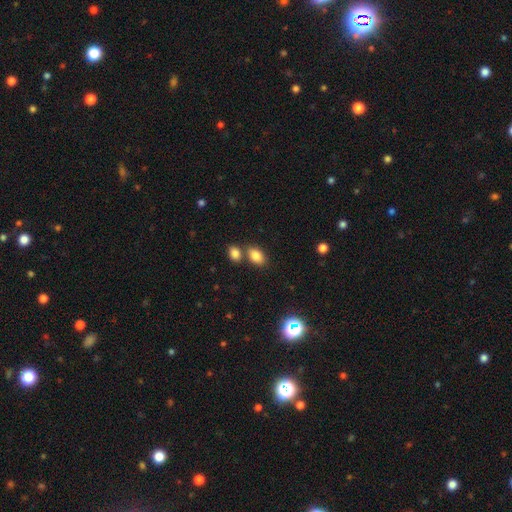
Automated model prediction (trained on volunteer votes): This is clearly a smooth galaxy (83%). How rounded: clearly in between (84%). Merging: possibly none (59%).